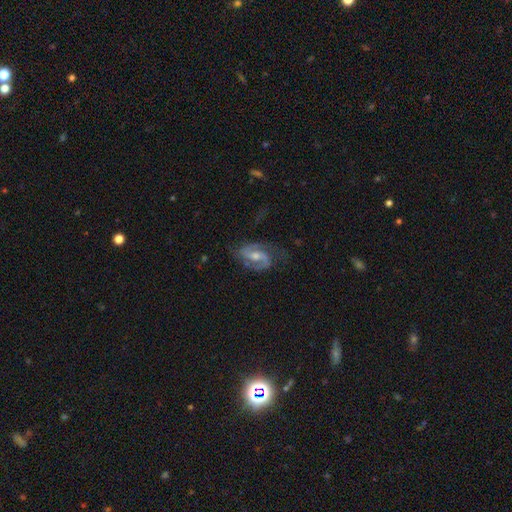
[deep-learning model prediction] A featured or disk galaxy (87%) with a weak bar (47%), 2 (90%) medium (52%) spiral arms (96%) and a moderate central bulge (55%).

Vote fractions:
- Smooth or featured? featured or disk: 87% / smooth: 8% / star or artifact: 5%
- Edge-on disk? no: 97% / yes: 3%
- Bar? weak: 47% / no: 28% / strong: 25%
- Spiral arms? yes: 96% / no: 4%
- Spiral winding? medium: 52% / loose: 31% / tight: 18%
- Spiral arm count? 2: 90% / 1: 3% / can't tell: 3% / 3: 2% / 4: 1% / more than 4: 1%
- Bulge size? moderate: 55% / small: 37% / large: 4% / none: 4% / dominant: 1%
- Merging? none: 66% / minor disturbance: 20% / major disturbance: 12% / merger: 2%